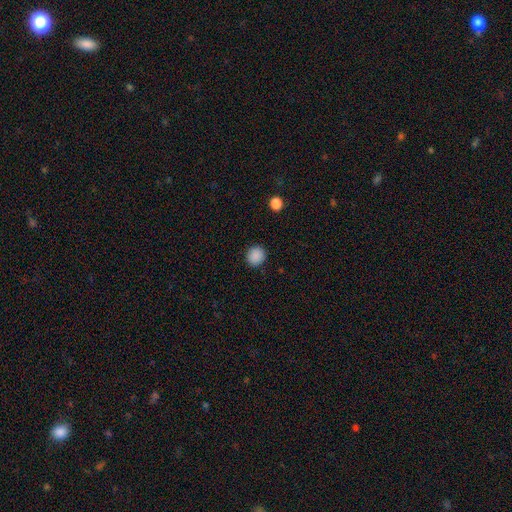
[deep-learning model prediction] This appears to be a smooth galaxy with no disk features (88%) that is round (90%). Merging: none (91%).